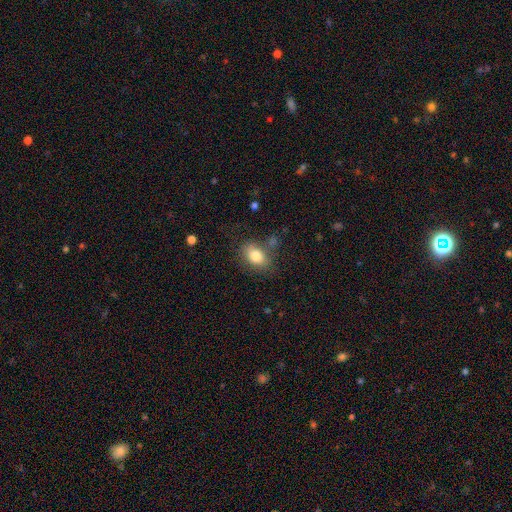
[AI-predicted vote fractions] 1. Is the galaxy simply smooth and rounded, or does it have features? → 81% smooth, 11% featured or disk, 8% star or artifact.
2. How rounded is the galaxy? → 81% in between, 18% round, 2% cigar-shaped.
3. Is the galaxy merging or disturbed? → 67% none, 20% minor disturbance, 7% merger, 7% major disturbance.